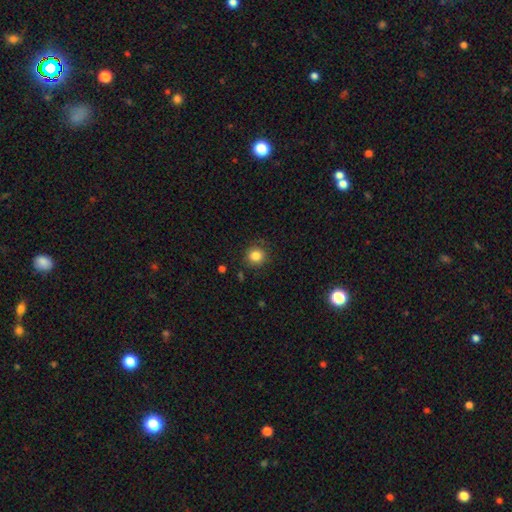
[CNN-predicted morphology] Smooth or featured? Predicted: smooth (p=0.85). How rounded? Predicted: round (p=0.88). Merging? Predicted: none (p=0.86).